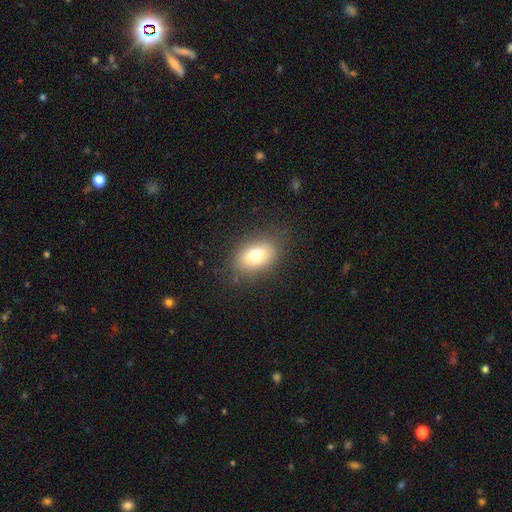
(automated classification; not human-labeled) Smooth or featured? smooth (74%)
How rounded? in between (81%)
Merging? none (81%)